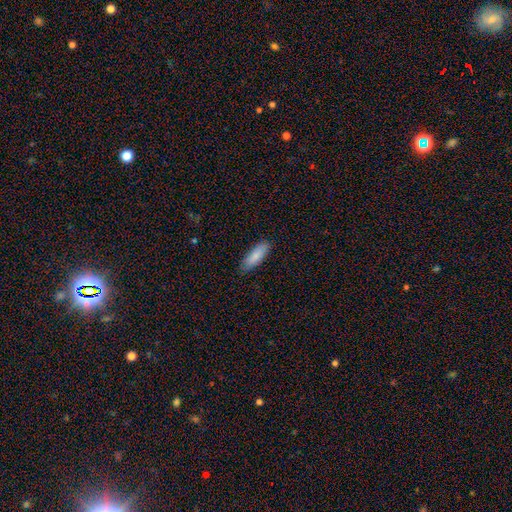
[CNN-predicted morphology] smooth_or_featured: smooth (p=0.85) [alt: featured or disk p=0.09]
how_rounded: in between (p=0.55) [alt: cigar-shaped p=0.43]
merging: none (p=0.86) [alt: minor disturbance p=0.11]